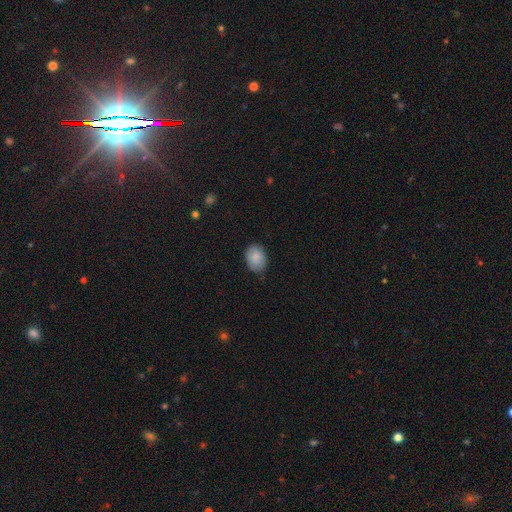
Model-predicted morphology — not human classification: This is clearly a smooth galaxy (85%). How rounded: likely in between (73%). Merging: likely none (79%).